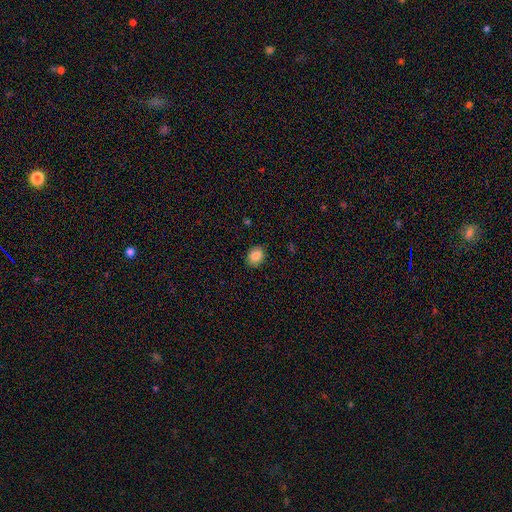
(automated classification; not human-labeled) smooth-or-featured: smooth: 87% | star or artifact: 8% | featured or disk: 5%
  how-rounded: in between: 60% | round: 39% | cigar-shaped: 1%
  merging: none: 87% | minor disturbance: 10% | major disturbance: 2% | merger: 1%